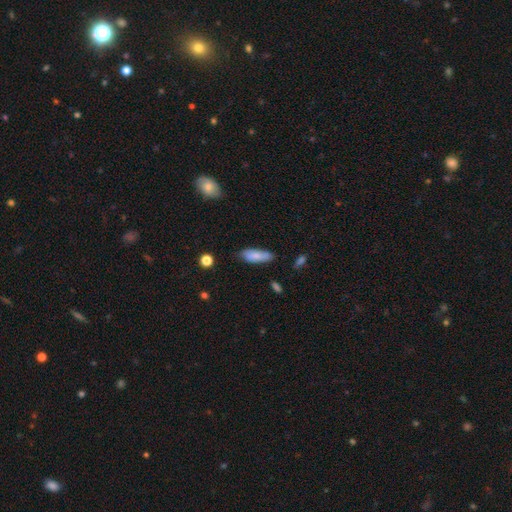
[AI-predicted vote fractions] Smooth or featured: smooth — 79% (featured or disk — 14%)
How rounded: in between — 65% (cigar-shaped — 32%)
Merging: none — 75% (minor disturbance — 19%)